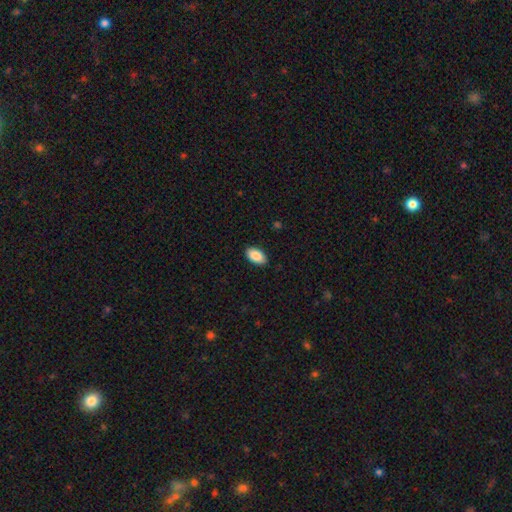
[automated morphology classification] A smooth galaxy with no disk features (89%) that is in between round and cigar-shaped (95%).

Vote fractions:
- Smooth or featured? smooth: 89% / star or artifact: 7% / featured or disk: 4%
- How rounded? in between: 95% / round: 3% / cigar-shaped: 2%
- Merging? none: 89% / minor disturbance: 9% / major disturbance: 2% / merger: 1%